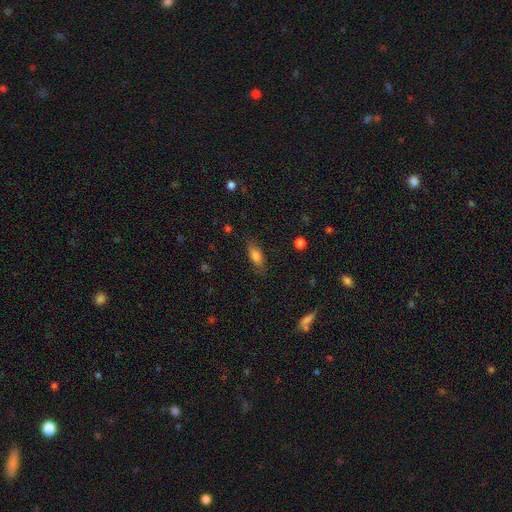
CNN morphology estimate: smooth_or_featured: smooth (p=0.77) [alt: featured or disk p=0.15]
how_rounded: in between (p=0.77) [alt: cigar-shaped p=0.19]
merging: none (p=0.77) [alt: minor disturbance p=0.17]